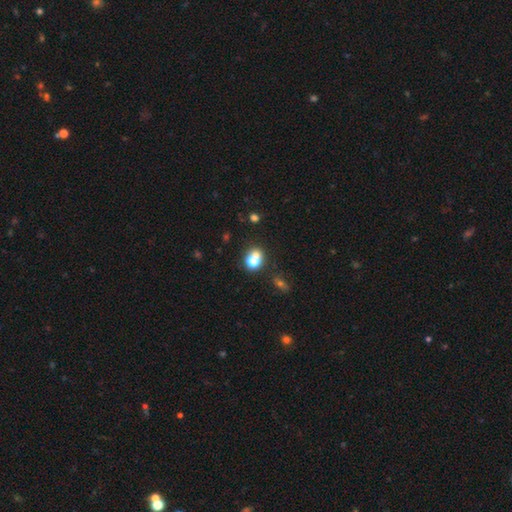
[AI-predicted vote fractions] Overall: smooth (68%). How rounded: round (67%; in between 32%). Merging: none (43%; merger 41%).